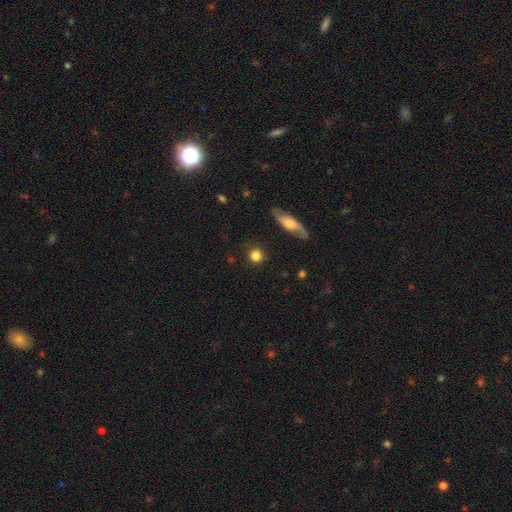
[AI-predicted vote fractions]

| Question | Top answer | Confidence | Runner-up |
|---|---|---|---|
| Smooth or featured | smooth | 82% | star or artifact (9%) |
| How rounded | round | 92% | in between (6%) |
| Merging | none | 89% | minor disturbance (7%) |